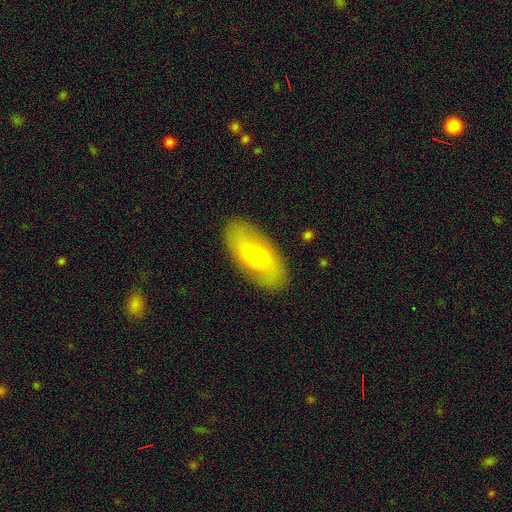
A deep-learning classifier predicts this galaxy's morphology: smooth_or_featured: featured or disk (p=0.50) [alt: smooth p=0.44]
disk_edge_on: no (p=0.89) [alt: yes p=0.11]
merging: none (p=0.86) [alt: minor disturbance p=0.10]